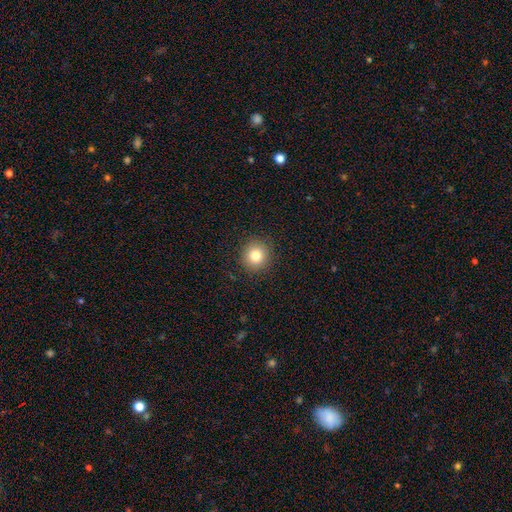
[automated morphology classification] A smooth galaxy with no disk features (81%) that is round (92%).

Vote fractions:
- Smooth or featured? smooth: 81% / star or artifact: 12% / featured or disk: 7%
- How rounded? round: 92% / in between: 7% / cigar-shaped: 1%
- Merging? none: 91% / minor disturbance: 6% / major disturbance: 2% / merger: 1%